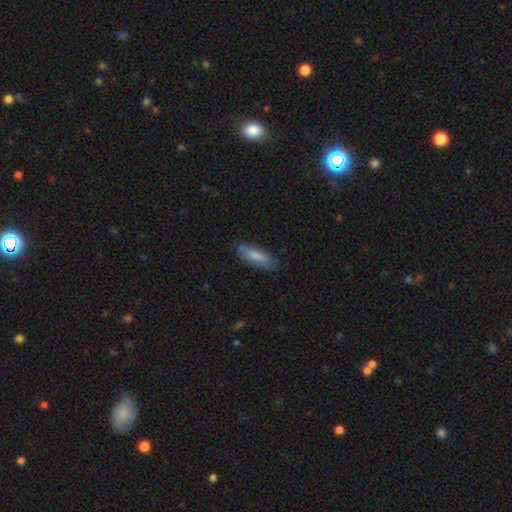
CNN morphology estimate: Smooth or featured? smooth (76%)
How rounded? in between (58%)
Merging? none (78%)